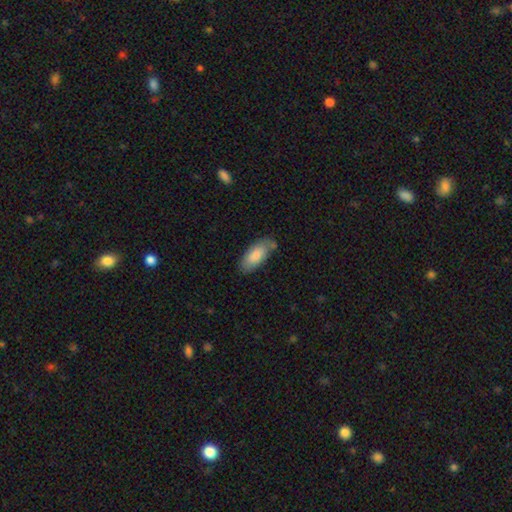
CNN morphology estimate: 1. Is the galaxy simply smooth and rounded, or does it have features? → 80% smooth, 14% featured or disk, 6% star or artifact.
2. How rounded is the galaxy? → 84% in between, 14% cigar-shaped, 2% round.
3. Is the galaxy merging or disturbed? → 74% none, 19% minor disturbance, 4% merger, 3% major disturbance.